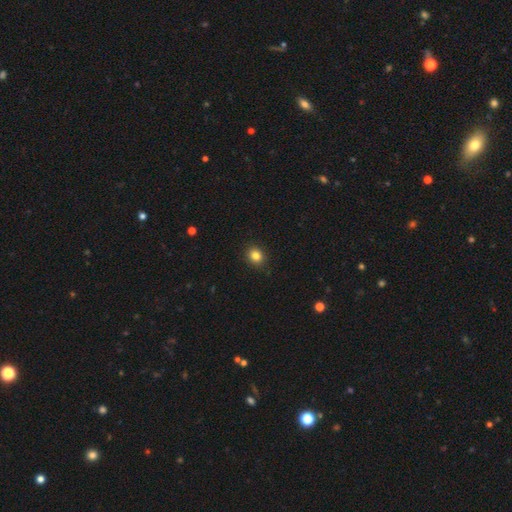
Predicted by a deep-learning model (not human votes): Morphology: type=smooth (84%); roundness=round (69%); merging=none (90%).